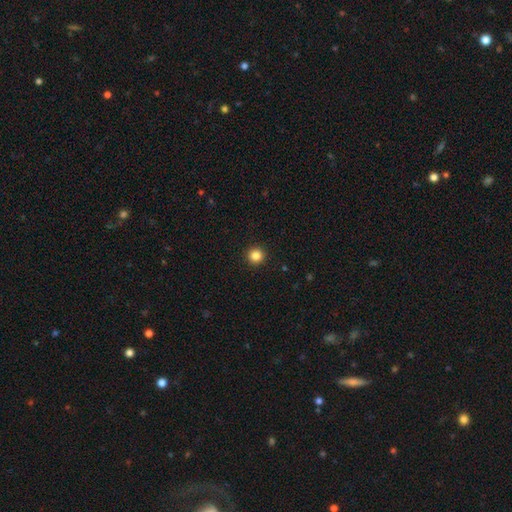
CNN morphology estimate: smooth 85%, star or artifact 11%, featured or disk 4%. Down the decision tree: how rounded — round (95%); merging — none (93%).